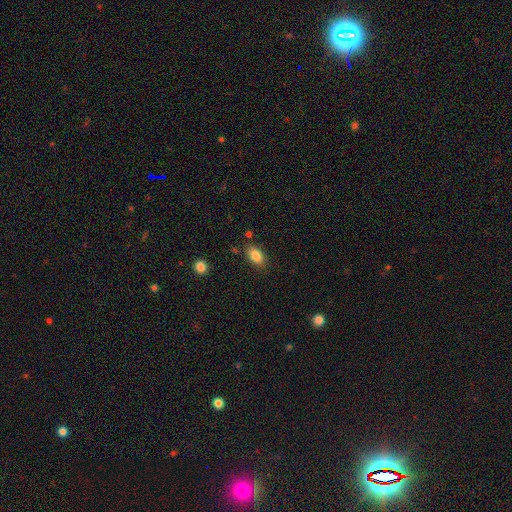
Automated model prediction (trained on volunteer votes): smooth_or_featured: smooth (p=0.85) [alt: star or artifact p=0.08]
how_rounded: in between (p=0.89) [alt: round p=0.08]
merging: none (p=0.82) [alt: minor disturbance p=0.12]